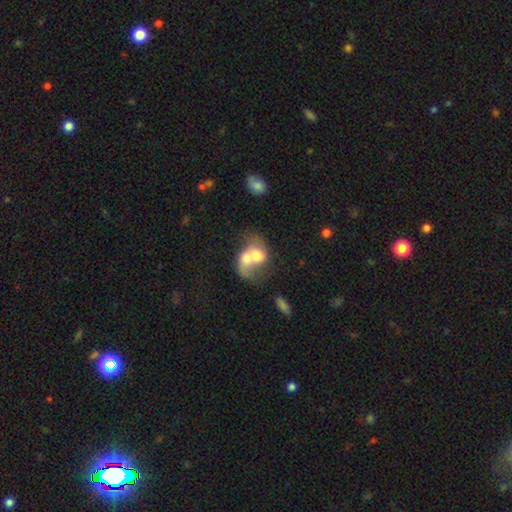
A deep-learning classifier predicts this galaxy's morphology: Smooth or featured: smooth — 52% (featured or disk — 40%)
How rounded: in between — 57% (round — 41%)
Merging: merger — 78% (none — 9%)